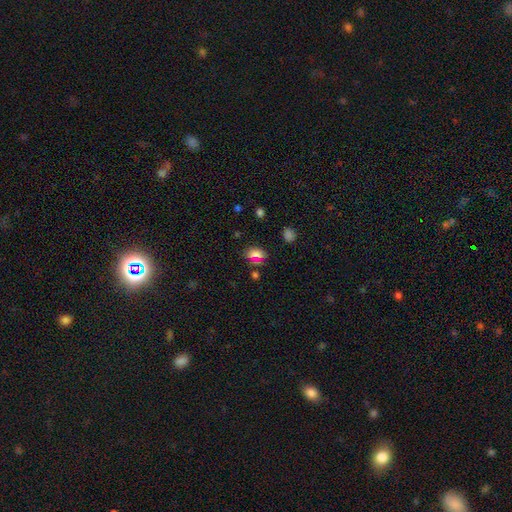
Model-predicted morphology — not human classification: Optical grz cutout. It shows a smooth galaxy with no disk features (65%) that is in between round and cigar-shaped (68%). Merging: none (75%).